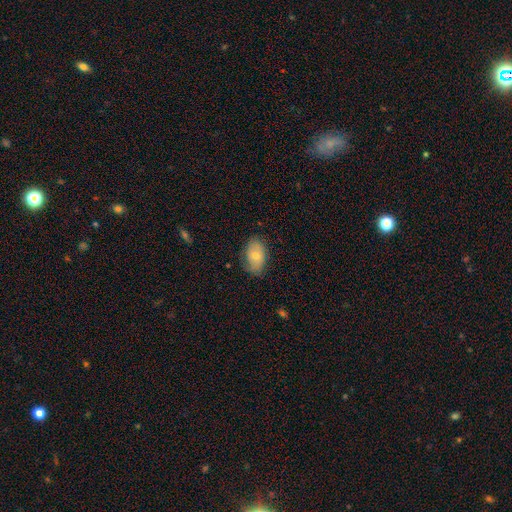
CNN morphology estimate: smooth-or-featured: smooth: 67% | featured or disk: 27% | star or artifact: 7%
  how-rounded: in between: 91% | round: 8% | cigar-shaped: 2%
  merging: none: 73% | minor disturbance: 21% | major disturbance: 5% | merger: 1%